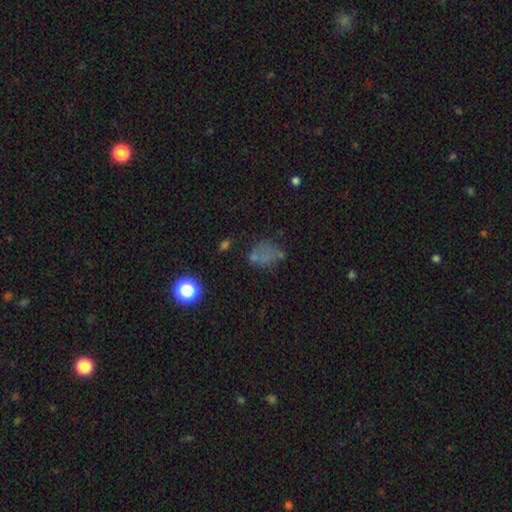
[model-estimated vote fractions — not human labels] Overall: smooth (51%; star or artifact 29%). How rounded: round (51%; in between 47%). Merging: none (54%; minor disturbance 19%).